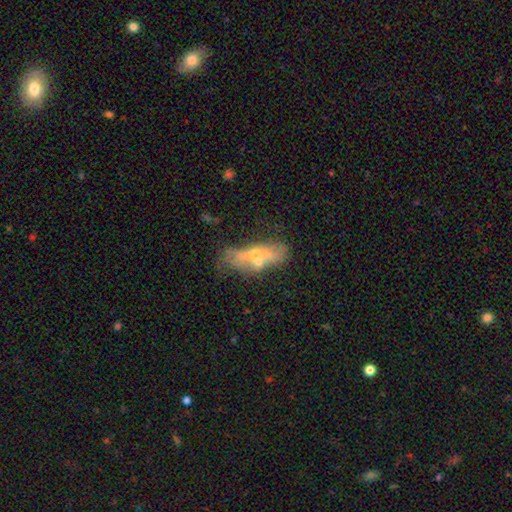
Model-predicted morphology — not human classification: Overall: featured or disk (53%; smooth 37%). Edge-on disk: no (65%; yes 35%). Merging: none (39%; merger 26%).